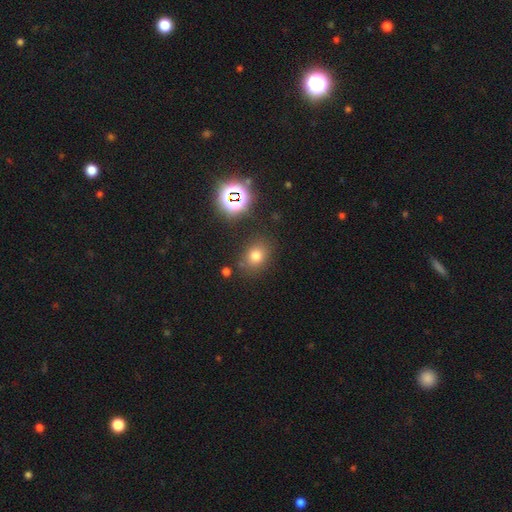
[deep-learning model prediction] Smooth or featured: smooth — 72% (star or artifact — 20%)
How rounded: round — 55% (in between — 44%)
Merging: none — 80% (minor disturbance — 12%)